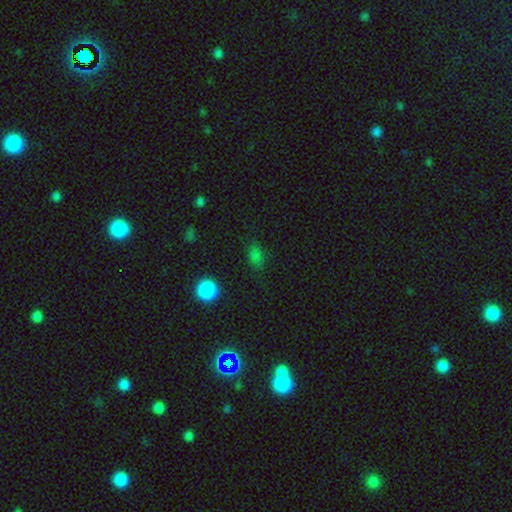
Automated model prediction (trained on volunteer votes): A smooth galaxy with no disk features (72%) that is in between round and cigar-shaped (65%).

Vote fractions:
- Smooth or featured? smooth: 72% / star or artifact: 22% / featured or disk: 5%
- How rounded? in between: 65% / round: 32% / cigar-shaped: 3%
- Merging? none: 78% / minor disturbance: 15% / major disturbance: 5% / merger: 2%